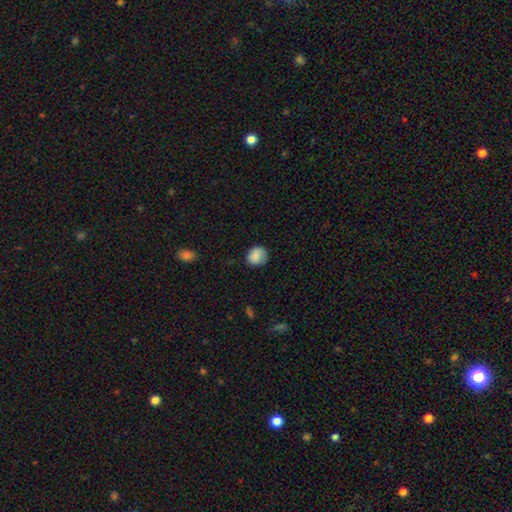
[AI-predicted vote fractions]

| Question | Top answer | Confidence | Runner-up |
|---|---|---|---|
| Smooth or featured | smooth | 86% | star or artifact (8%) |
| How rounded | round | 72% | in between (27%) |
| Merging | none | 70% | minor disturbance (23%) |